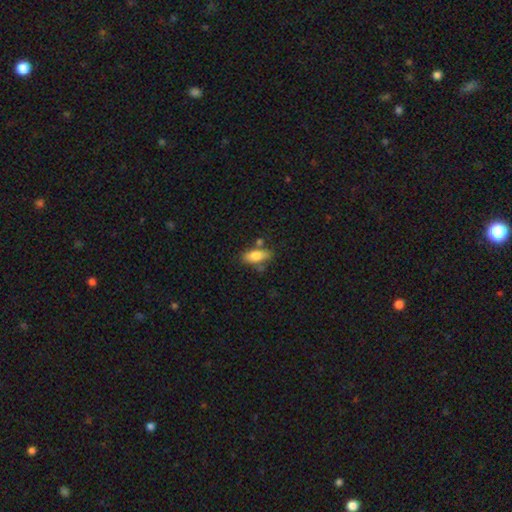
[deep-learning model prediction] Overall: smooth (79%). How rounded: in between (80%). Merging: none (67%).